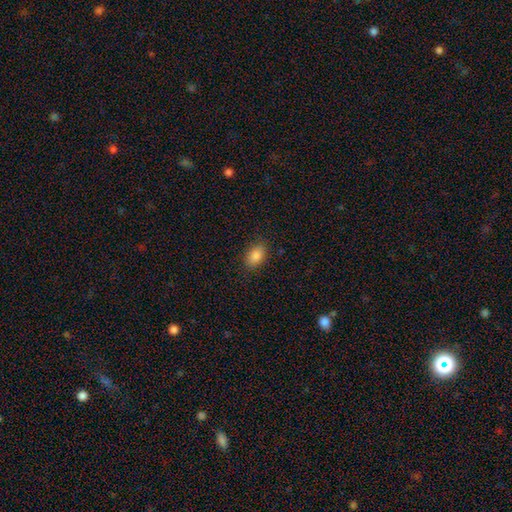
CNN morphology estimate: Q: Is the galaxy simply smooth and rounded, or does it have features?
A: smooth — 87%.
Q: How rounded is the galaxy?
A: in between — 89%.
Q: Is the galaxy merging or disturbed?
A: none — 87%.